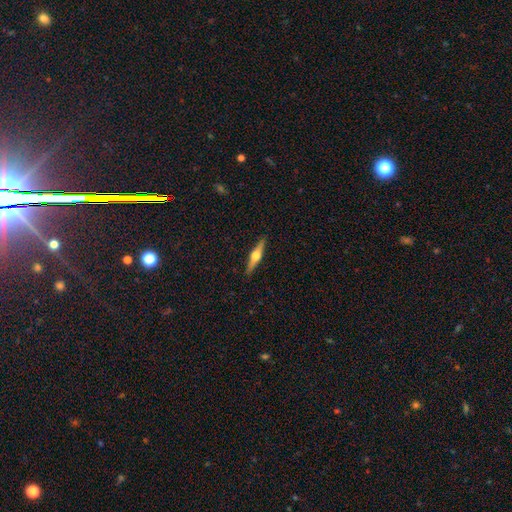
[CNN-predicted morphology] Smooth or featured: featured or disk — 74% (smooth — 20%)
Edge-on disk: yes — 98% (no — 2%)
Edge-on bulge: rounded — 95% (boxy — 3%)
Merging: none — 91% (minor disturbance — 6%)